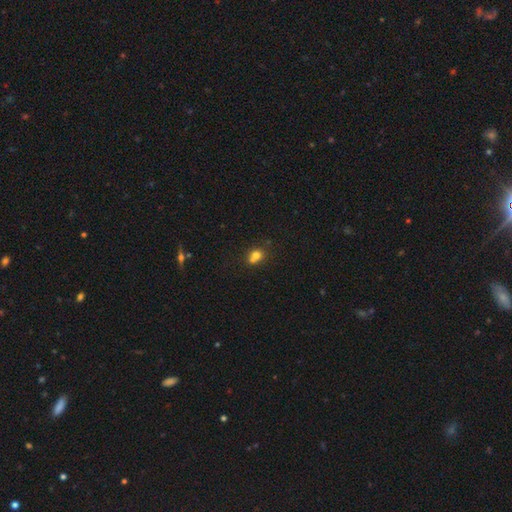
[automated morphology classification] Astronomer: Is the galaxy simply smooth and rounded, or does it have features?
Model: smooth — 73%.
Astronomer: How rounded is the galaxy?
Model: round — 67%.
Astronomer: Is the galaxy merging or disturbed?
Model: merger — 44% (runner-up: none, 41%).